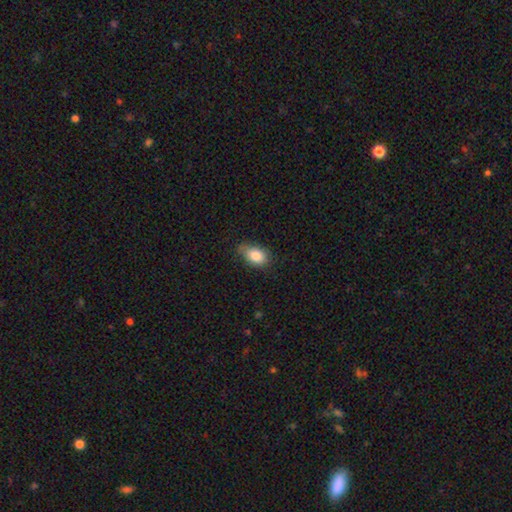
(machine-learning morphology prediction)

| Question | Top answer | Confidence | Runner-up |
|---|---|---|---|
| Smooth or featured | smooth | 84% | featured or disk (9%) |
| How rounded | in between | 87% | round (11%) |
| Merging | none | 61% | minor disturbance (32%) |